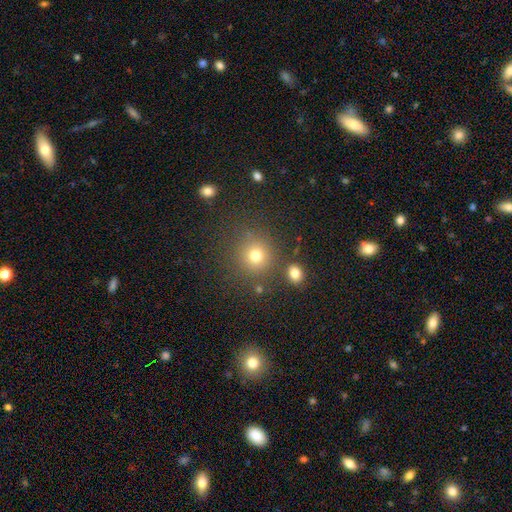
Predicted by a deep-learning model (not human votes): smooth 75%, star or artifact 18%, featured or disk 7%. Down the decision tree: how rounded — round (91%); merging — none (81%).